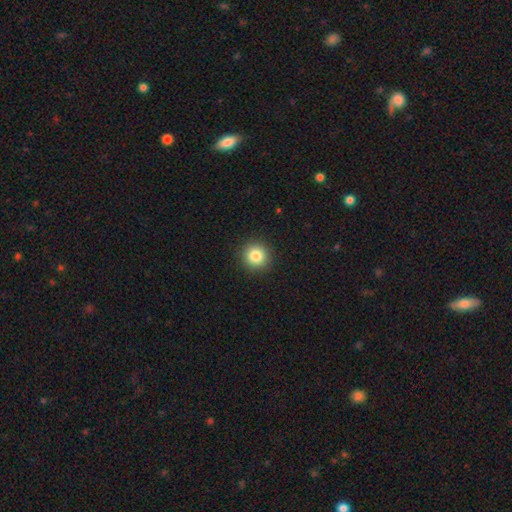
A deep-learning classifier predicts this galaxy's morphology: This is clearly a smooth galaxy (84%). How rounded: clearly round (94%). Merging: clearly none (92%).